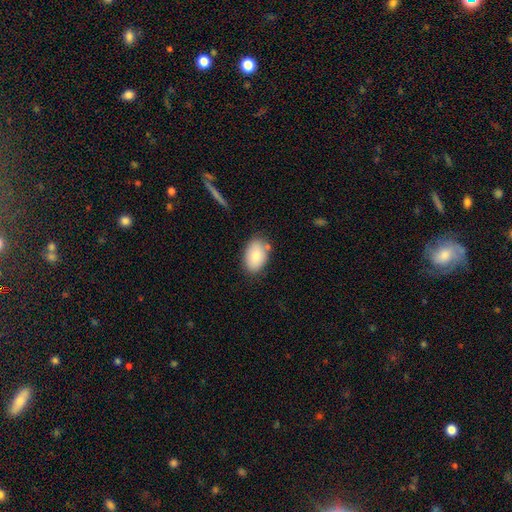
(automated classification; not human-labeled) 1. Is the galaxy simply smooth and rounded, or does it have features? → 82% smooth, 11% featured or disk, 7% star or artifact.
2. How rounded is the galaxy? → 91% in between, 8% round, 1% cigar-shaped.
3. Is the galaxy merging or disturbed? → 77% none, 15% minor disturbance, 5% merger, 3% major disturbance.